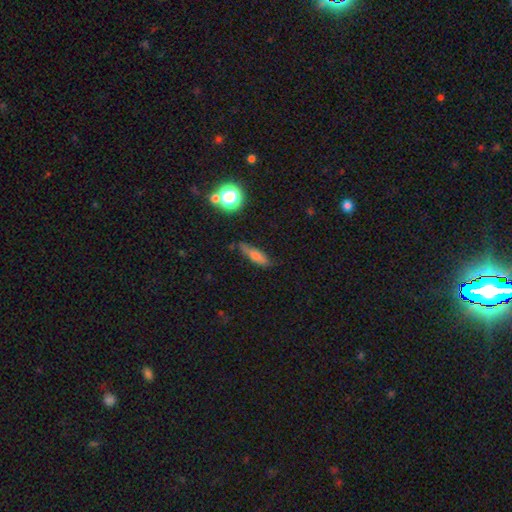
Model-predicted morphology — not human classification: Q: Smooth or featured?
A: smooth (64%); runner-up: featured or disk (25%)
Q: How rounded?
A: cigar-shaped (64%); runner-up: in between (30%)
Q: Merging?
A: none (71%); runner-up: minor disturbance (21%)